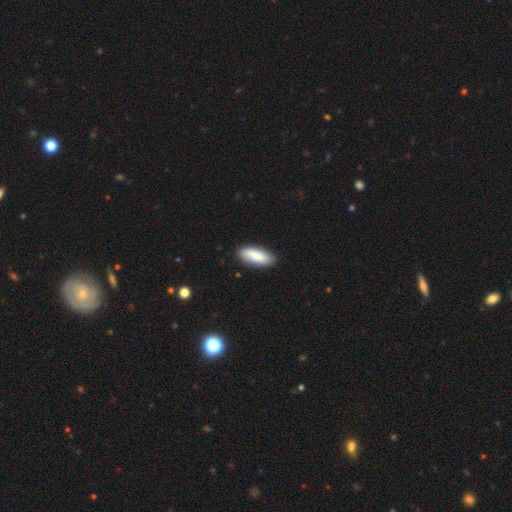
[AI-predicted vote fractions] Smooth or featured: smooth — 84% (featured or disk — 11%)
How rounded: in between — 74% (cigar-shaped — 25%)
Merging: none — 87% (minor disturbance — 10%)